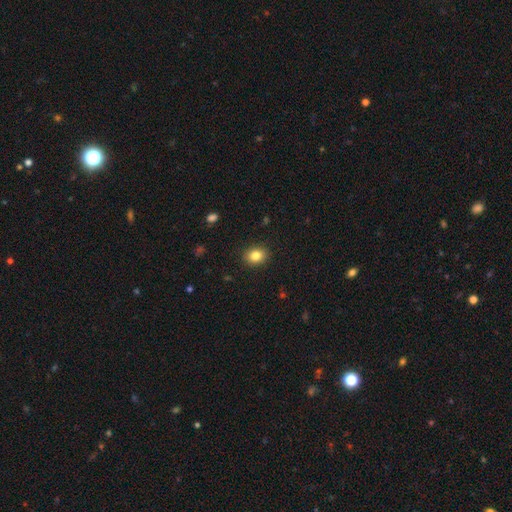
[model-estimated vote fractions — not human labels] Smooth or featured: smooth — 84% (star or artifact — 10%)
How rounded: in between — 50% (round — 49%)
Merging: none — 89% (minor disturbance — 8%)